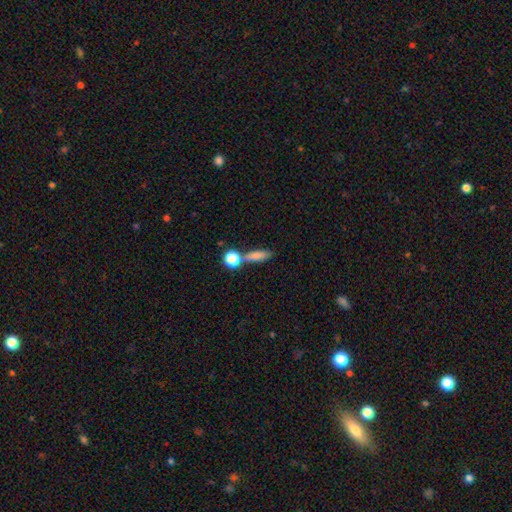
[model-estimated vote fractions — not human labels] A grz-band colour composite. It shows a smooth galaxy with no disk features (77%) that is cigar-shaped (45%). Merging: none (59%).